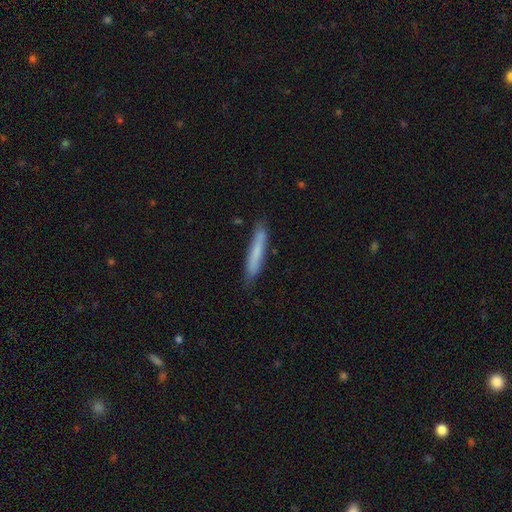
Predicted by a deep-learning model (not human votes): smooth_or_featured: smooth (p=0.73) [alt: featured or disk p=0.21]
how_rounded: cigar-shaped (p=0.94) [alt: in between p=0.05]
merging: none (p=0.81) [alt: minor disturbance p=0.14]